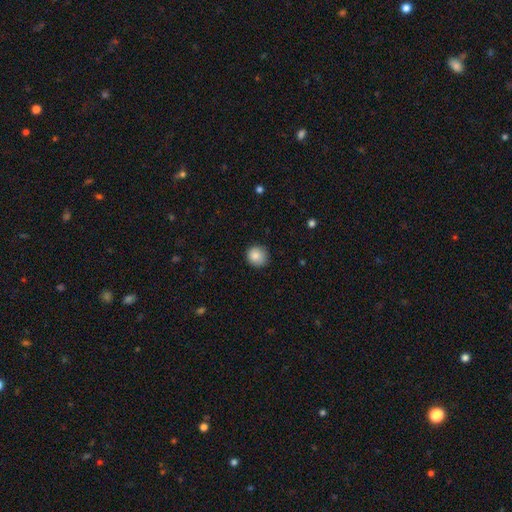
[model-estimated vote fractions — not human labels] Overall: smooth (86%). How rounded: round (88%). Merging: none (85%).